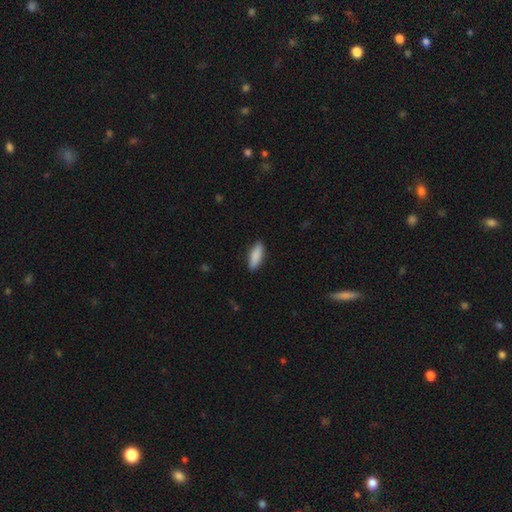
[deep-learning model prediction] Smooth or featured?
  - smooth: 87% *
  - featured or disk: 7%
  - star or artifact: 6%
How rounded?
  - in between: 58% *
  - cigar-shaped: 41%
  - round: 2%
Merging?
  - none: 88% *
  - minor disturbance: 10%
  - major disturbance: 2%
  - merger: 1%